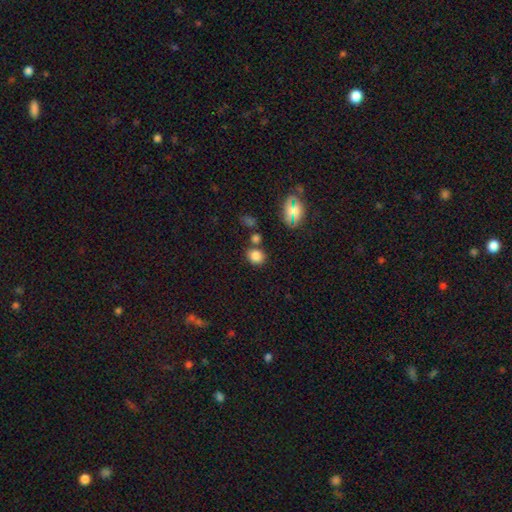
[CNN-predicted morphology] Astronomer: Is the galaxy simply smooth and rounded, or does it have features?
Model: smooth — 80%.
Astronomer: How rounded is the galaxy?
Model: round — 75%.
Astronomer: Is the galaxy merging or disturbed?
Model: none — 72%.